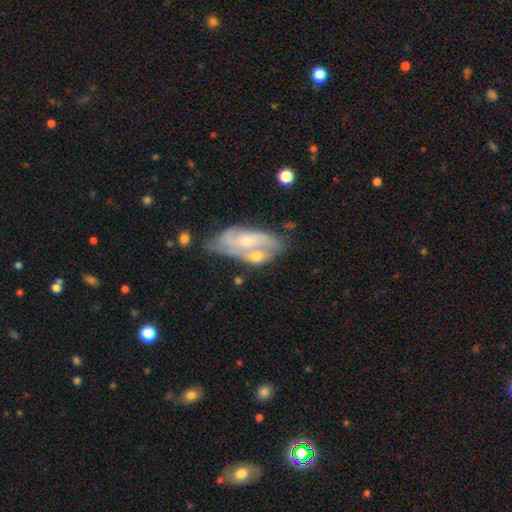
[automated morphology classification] The model was most divided on "merging": merger: 44%, none: 27%, minor disturbance: 17%, major disturbance: 12%. More confident: edge-on disk — no (93%); bar — no (71%); spiral arms — yes (63%); smooth or featured — featured or disk (60%); bulge size — small (58%).